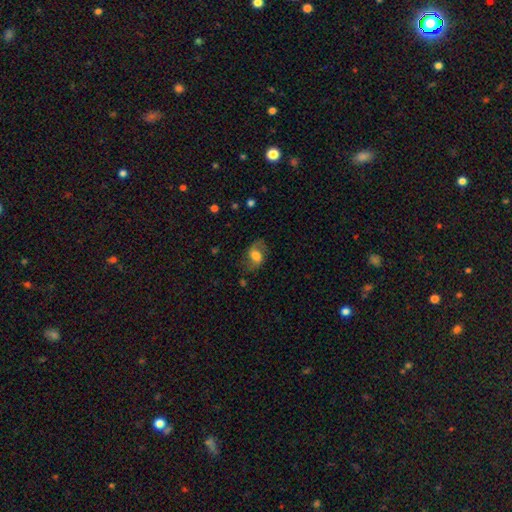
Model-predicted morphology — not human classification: smooth_or_featured: featured or disk (p=0.53) [alt: smooth p=0.38]
disk_edge_on: no (p=0.95) [alt: yes p=0.05]
bar: no (p=0.43) [alt: weak p=0.42]
has_spiral_arms: yes (p=0.85) [alt: no p=0.15]
bulge_size: moderate (p=0.45) [alt: large p=0.34]
merging: none (p=0.68) [alt: minor disturbance p=0.19]